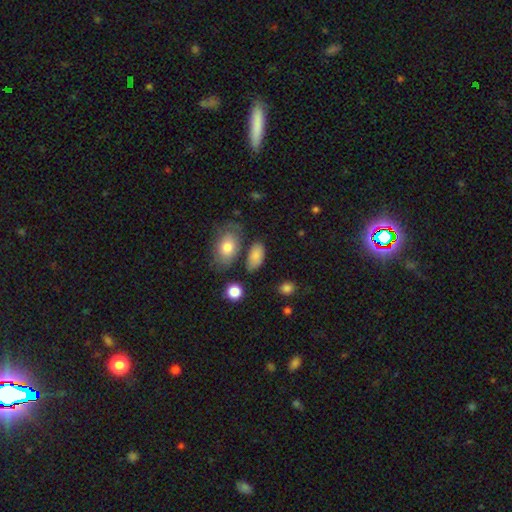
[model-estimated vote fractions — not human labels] Smooth or featured: smooth — 81% (featured or disk — 10%)
How rounded: in between — 90% (round — 7%)
Merging: none — 65% (minor disturbance — 19%)